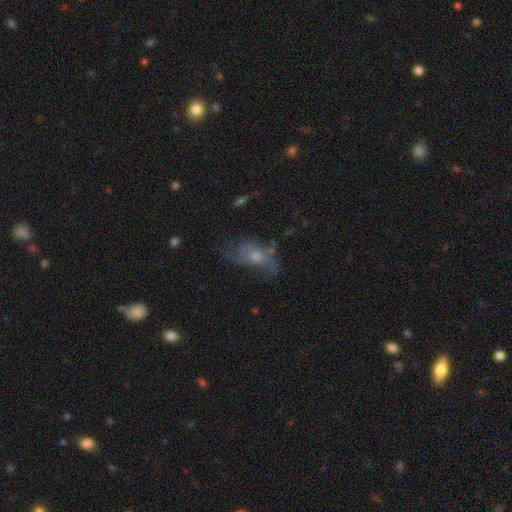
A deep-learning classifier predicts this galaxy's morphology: Q: Smooth or featured?
A: featured or disk (56%); runner-up: smooth (31%)
Q: Edge-on disk?
A: no (92%); runner-up: yes (8%)
Q: Bar?
A: no (81%); runner-up: weak (17%)
Q: Spiral arms?
A: yes (56%); runner-up: no (44%)
Q: Bulge size?
A: moderate (53%); runner-up: small (31%)
Q: Merging?
A: none (45%); runner-up: major disturbance (28%)